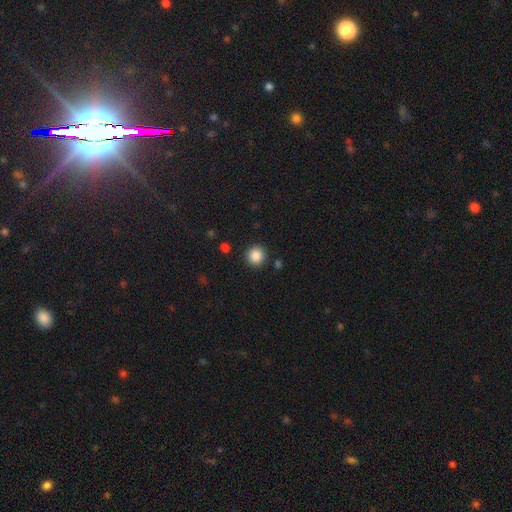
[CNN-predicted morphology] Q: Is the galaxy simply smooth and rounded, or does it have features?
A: smooth — 87%.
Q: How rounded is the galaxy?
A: round — 93%.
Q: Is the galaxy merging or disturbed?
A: none — 90%.